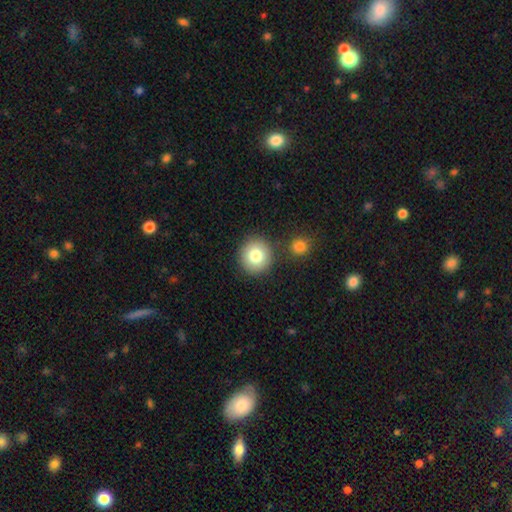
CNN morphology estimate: Q: Smooth or featured?
A: smooth (80%); runner-up: featured or disk (11%)
Q: How rounded?
A: round (92%); runner-up: in between (7%)
Q: Merging?
A: none (83%); runner-up: merger (8%)